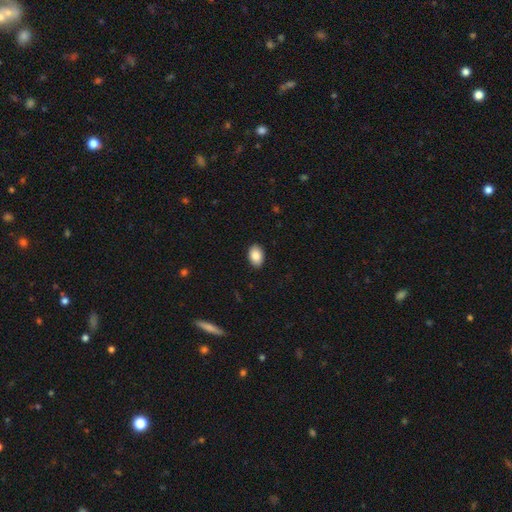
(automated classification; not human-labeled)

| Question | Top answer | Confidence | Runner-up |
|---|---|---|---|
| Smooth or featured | smooth | 88% | star or artifact (7%) |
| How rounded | in between | 86% | round (13%) |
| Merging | none | 90% | minor disturbance (7%) |